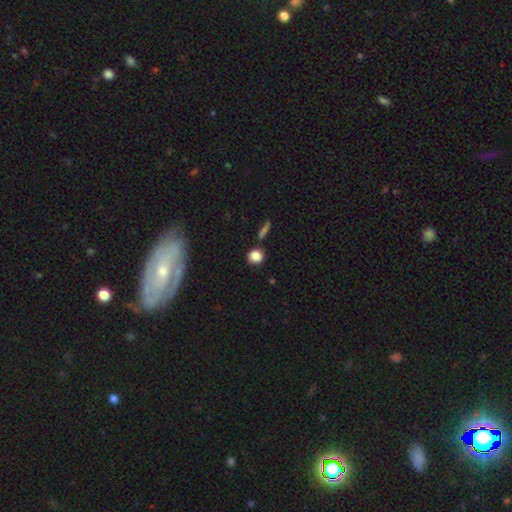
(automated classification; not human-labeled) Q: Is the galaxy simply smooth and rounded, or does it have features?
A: smooth — 85%.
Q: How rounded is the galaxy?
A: round — 83%.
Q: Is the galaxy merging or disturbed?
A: none — 80%.